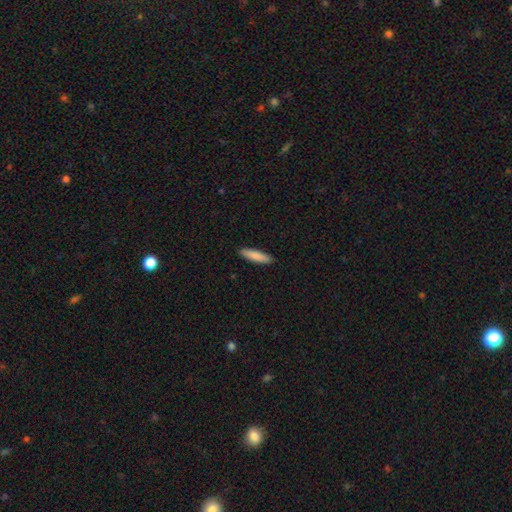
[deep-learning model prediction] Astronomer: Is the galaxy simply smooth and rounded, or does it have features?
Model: smooth — 87%.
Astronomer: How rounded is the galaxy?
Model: cigar-shaped — 73%.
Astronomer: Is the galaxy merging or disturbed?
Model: none — 91%.